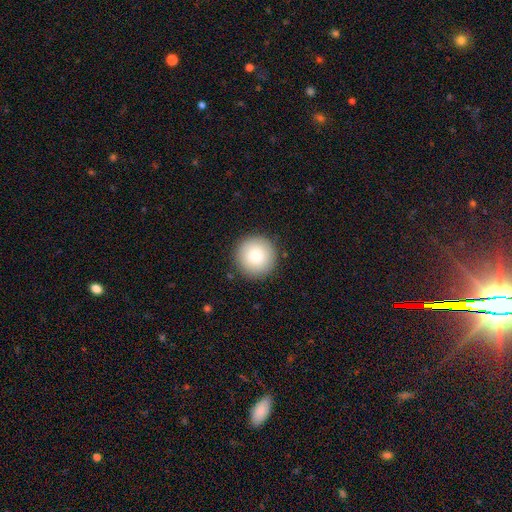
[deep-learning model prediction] A smooth galaxy with no disk features (84%) that is round (96%). Merging: none (91%).